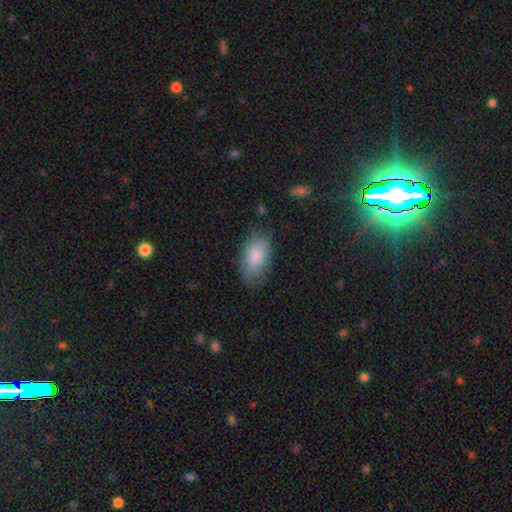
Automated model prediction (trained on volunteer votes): Morphology: type=smooth (79%); roundness=in between (93%); merging=none (64%).